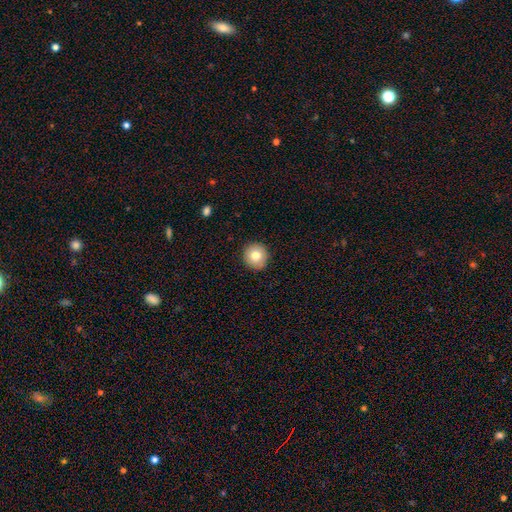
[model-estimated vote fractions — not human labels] Overall: smooth (78%). How rounded: round (93%). Merging: none (92%).